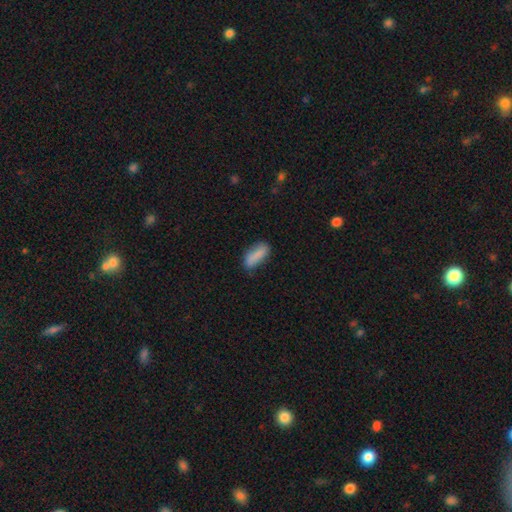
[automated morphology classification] type=smooth (83%); roundness=in between (69%); merging=none (69%).